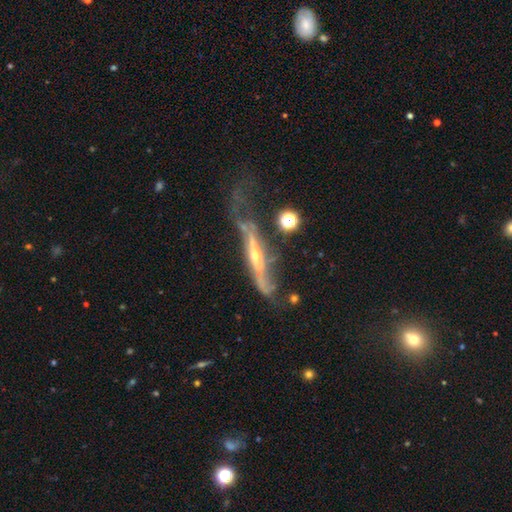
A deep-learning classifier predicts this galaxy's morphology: This is likely a featured or disk galaxy (78%). It is likely viewed edge-on (65%). Edge-on bulge: likely rounded (77%). Merging: marginally major disturbance (35%).